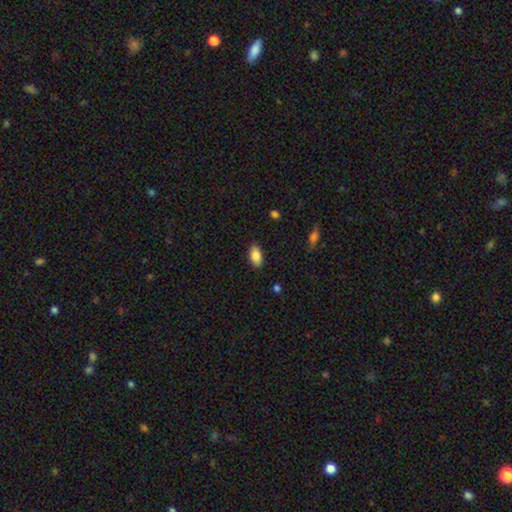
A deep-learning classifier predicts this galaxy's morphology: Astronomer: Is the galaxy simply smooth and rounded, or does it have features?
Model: smooth — 85%.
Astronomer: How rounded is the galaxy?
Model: in between — 92%.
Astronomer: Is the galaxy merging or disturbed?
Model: none — 87%.